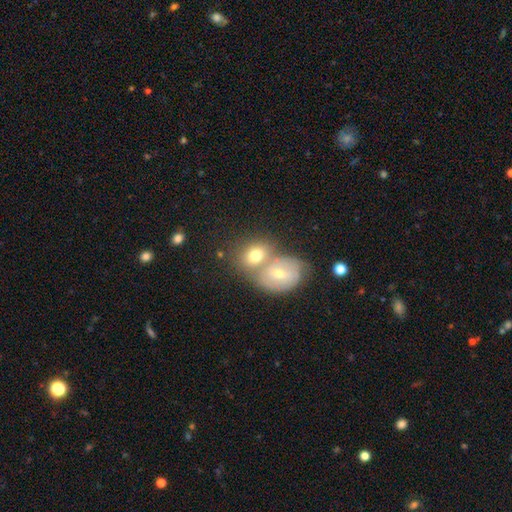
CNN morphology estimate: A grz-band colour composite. It shows a smooth galaxy with no disk features (65%) that is round (50%). Merging: merger (53%).